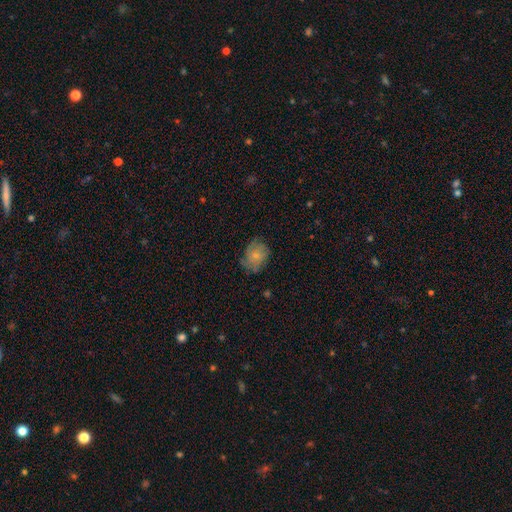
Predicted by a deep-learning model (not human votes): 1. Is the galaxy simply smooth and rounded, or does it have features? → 59% smooth, 33% featured or disk, 8% star or artifact.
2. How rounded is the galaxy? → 52% in between, 47% round, 1% cigar-shaped.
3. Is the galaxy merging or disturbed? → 65% none, 26% minor disturbance, 8% major disturbance, 1% merger.